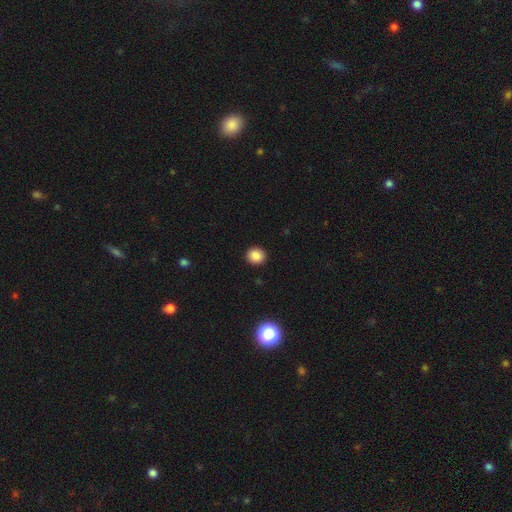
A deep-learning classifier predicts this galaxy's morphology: Smooth or featured? smooth (86%)
How rounded? round (81%)
Merging? none (92%)